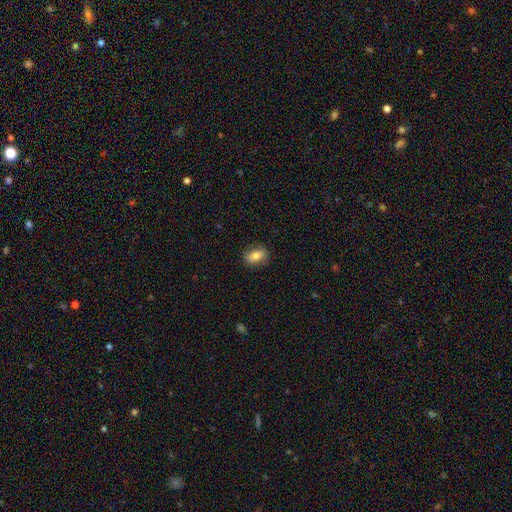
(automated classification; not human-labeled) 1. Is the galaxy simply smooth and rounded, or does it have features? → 77% smooth, 15% featured or disk, 8% star or artifact.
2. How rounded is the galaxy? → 79% in between, 17% round, 5% cigar-shaped.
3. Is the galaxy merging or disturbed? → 85% none, 11% minor disturbance, 3% major disturbance, 1% merger.